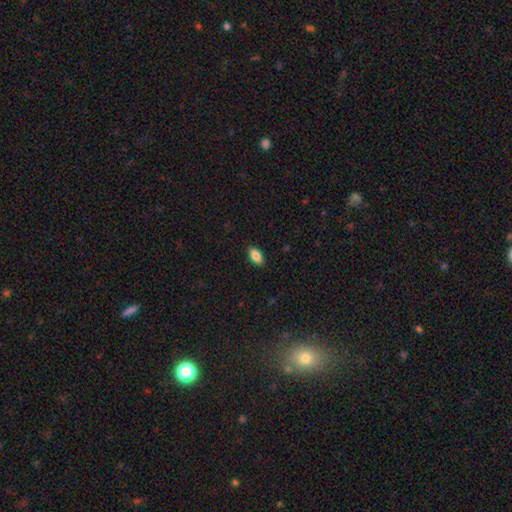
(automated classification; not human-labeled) Overall: smooth (86%). How rounded: in between (92%). Merging: none (89%).